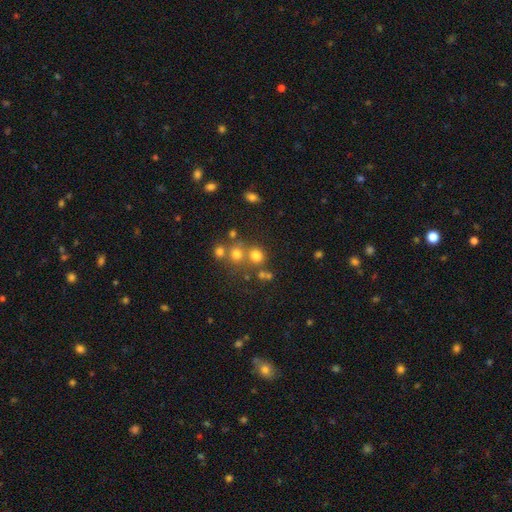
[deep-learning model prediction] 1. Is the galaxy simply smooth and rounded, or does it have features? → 70% smooth, 19% star or artifact, 11% featured or disk.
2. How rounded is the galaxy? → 84% round, 15% in between, 1% cigar-shaped.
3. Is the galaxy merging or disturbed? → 61% none, 26% merger, 9% minor disturbance, 4% major disturbance.